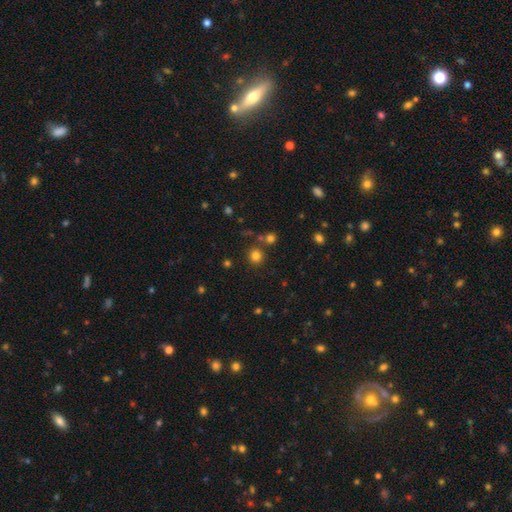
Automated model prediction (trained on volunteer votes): smooth 78%, star or artifact 17%, featured or disk 6%. Down the decision tree: how rounded — round (91%); merging — none (80%).